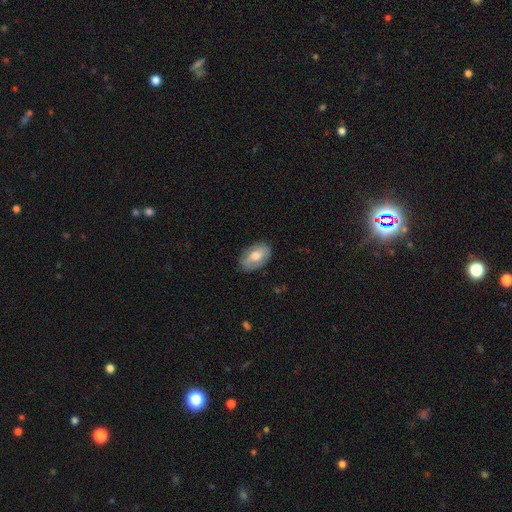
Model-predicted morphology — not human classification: smooth_or_featured: smooth (p=0.61) [alt: featured or disk p=0.32]
how_rounded: in between (p=0.92) [alt: round p=0.07]
merging: none (p=0.80) [alt: minor disturbance p=0.15]